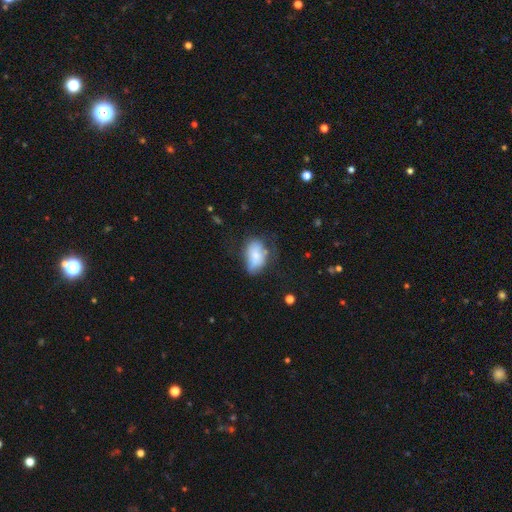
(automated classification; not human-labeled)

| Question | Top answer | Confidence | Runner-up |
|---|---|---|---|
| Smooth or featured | smooth | 70% | featured or disk (22%) |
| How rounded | in between | 89% | round (9%) |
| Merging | none | 42% | minor disturbance (34%) |